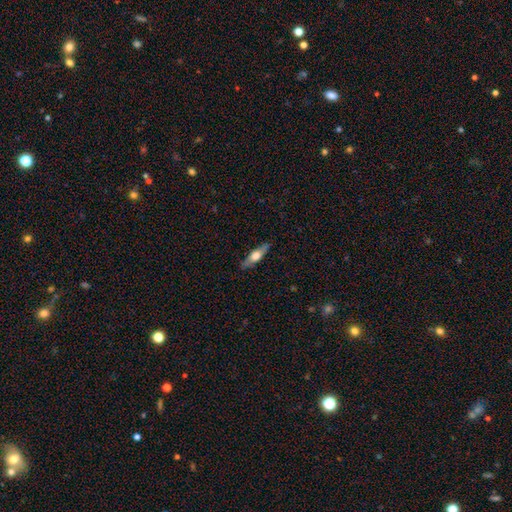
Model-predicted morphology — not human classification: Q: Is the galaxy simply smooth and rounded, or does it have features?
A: featured or disk — 48%.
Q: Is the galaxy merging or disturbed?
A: none — 86%.